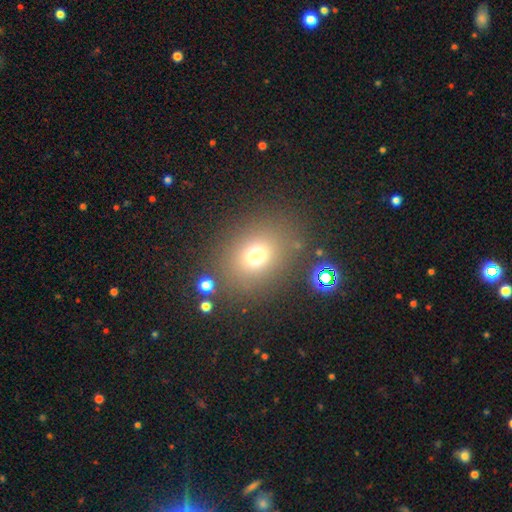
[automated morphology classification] This appears to be a smooth galaxy with no disk features (71%) that is round (60%). Merging: none (80%).